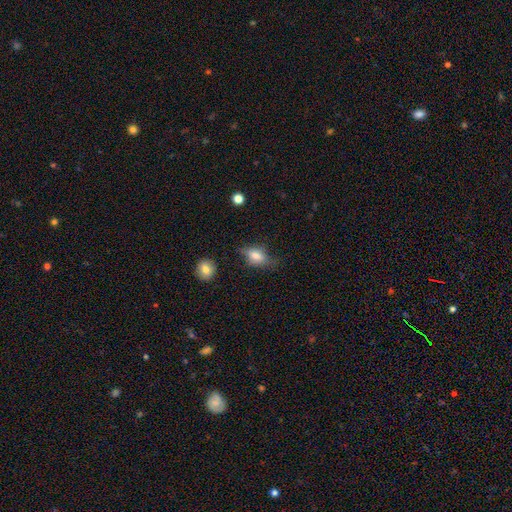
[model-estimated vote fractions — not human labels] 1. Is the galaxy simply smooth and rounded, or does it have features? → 70% smooth, 21% featured or disk, 9% star or artifact.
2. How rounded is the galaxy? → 81% in between, 11% round, 7% cigar-shaped.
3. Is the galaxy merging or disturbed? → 60% none, 27% minor disturbance, 11% major disturbance, 2% merger.